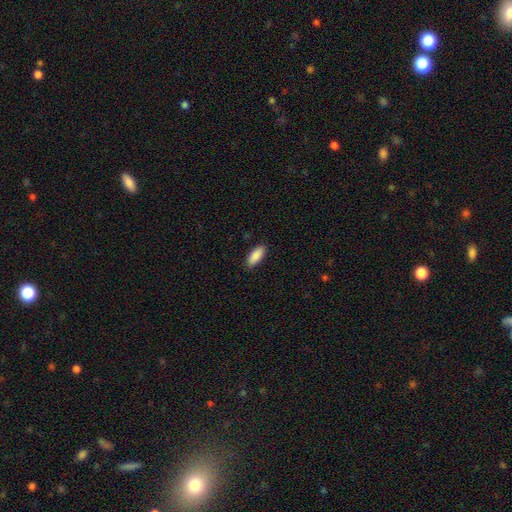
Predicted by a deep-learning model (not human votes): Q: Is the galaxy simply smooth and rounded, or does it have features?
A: smooth — 90%.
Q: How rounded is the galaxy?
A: in between — 82%.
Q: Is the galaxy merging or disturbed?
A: none — 89%.